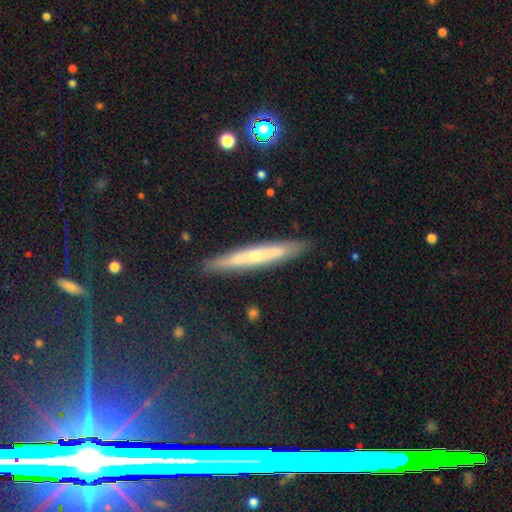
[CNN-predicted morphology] featured or disk 56%, smooth 35%, star or artifact 9%. Down the decision tree: edge-on disk — yes (90%); edge-on bulge — rounded (54%); merging — none (89%).